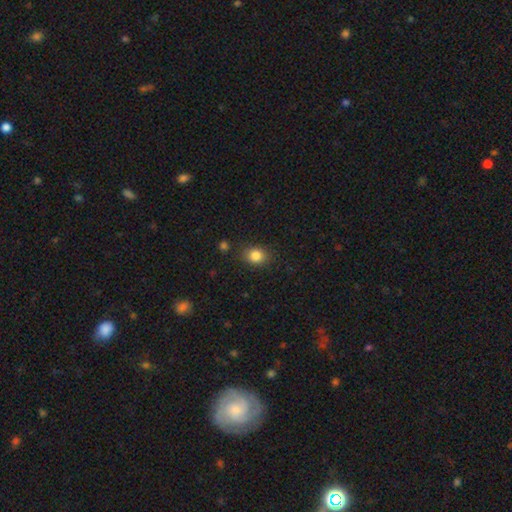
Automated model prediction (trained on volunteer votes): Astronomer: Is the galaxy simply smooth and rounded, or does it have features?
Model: smooth — 84%.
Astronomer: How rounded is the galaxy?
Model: round — 53% (runner-up: in between, 46%).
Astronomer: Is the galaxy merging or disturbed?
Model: none — 85%.